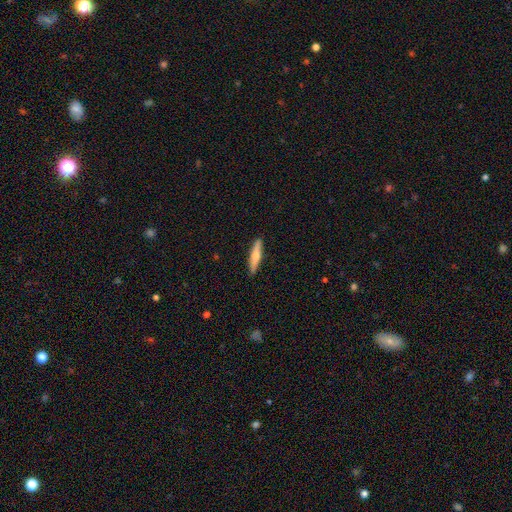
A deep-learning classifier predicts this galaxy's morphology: type=smooth (52%); roundness=cigar-shaped (84%); merging=none (91%).